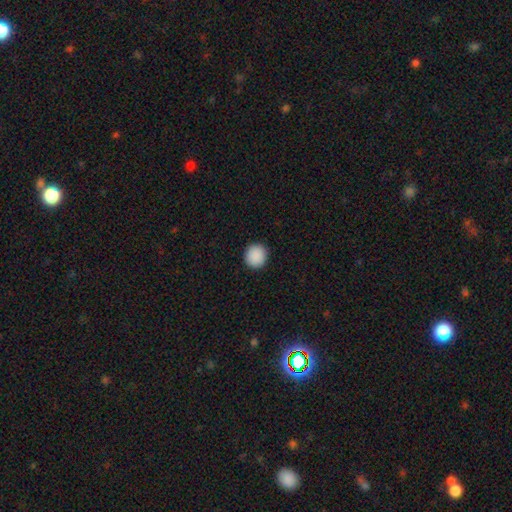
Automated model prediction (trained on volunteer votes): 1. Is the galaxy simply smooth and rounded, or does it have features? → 90% smooth, 8% star or artifact, 2% featured or disk.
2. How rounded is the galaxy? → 93% round, 6% in between, 1% cigar-shaped.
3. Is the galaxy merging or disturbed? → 93% none, 5% minor disturbance, 2% major disturbance, 1% merger.